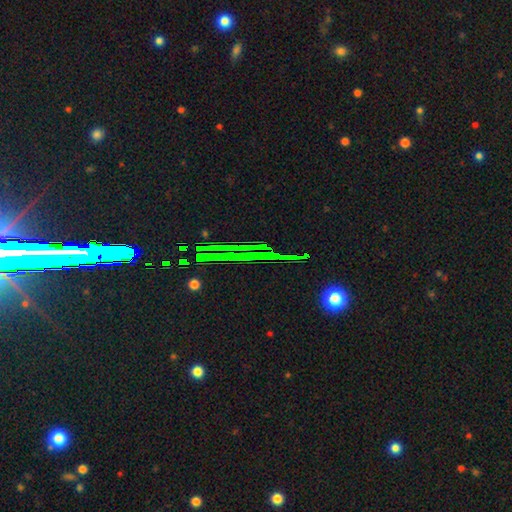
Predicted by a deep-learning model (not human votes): Q: Smooth or featured?
A: star or artifact (75%); runner-up: featured or disk (14%)